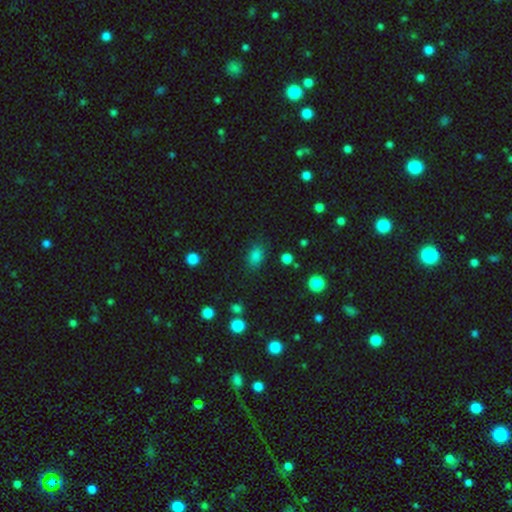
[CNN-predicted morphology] This is clearly a smooth galaxy (81%). How rounded: likely in between (78%). Merging: clearly none (81%).